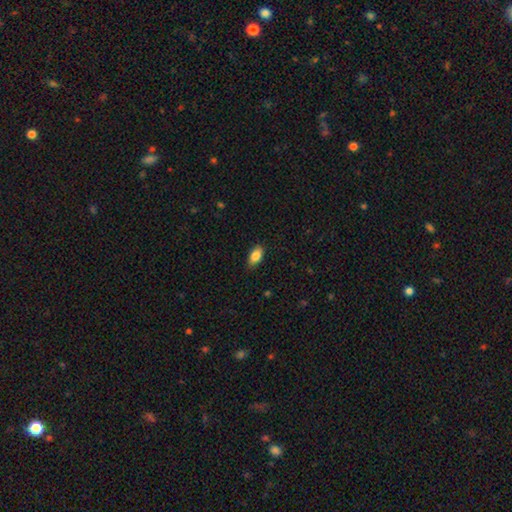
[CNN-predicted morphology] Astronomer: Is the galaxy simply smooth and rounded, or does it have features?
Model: smooth — 86%.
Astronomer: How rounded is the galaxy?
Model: in between — 91%.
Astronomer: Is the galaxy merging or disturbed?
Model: none — 86%.